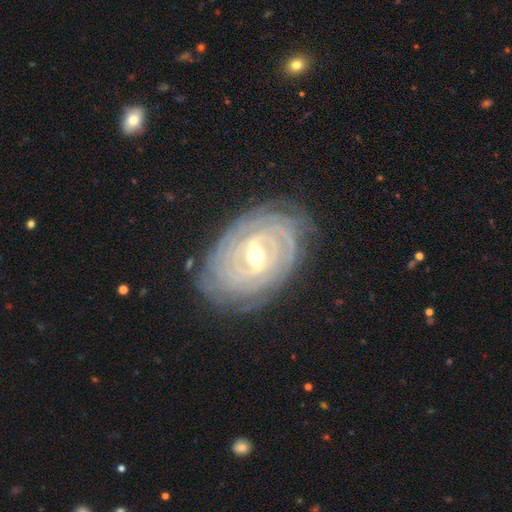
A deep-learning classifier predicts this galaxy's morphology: Overall: featured or disk (88%). Edge-on disk: no (95%). Bar: weak (43%; strong 42%). Spiral arms: yes (95%). Spiral arm count: can't tell (37%; 4 16%). Spiral winding: tight (86%). Bulge size: moderate (63%; small 31%). Merging: none (80%).